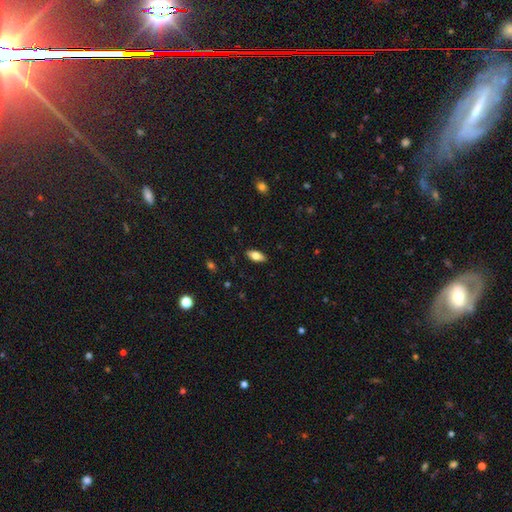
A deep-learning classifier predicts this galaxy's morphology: A smooth galaxy with no disk features (72%) that is in between round and cigar-shaped (87%). Merging: none (88%).